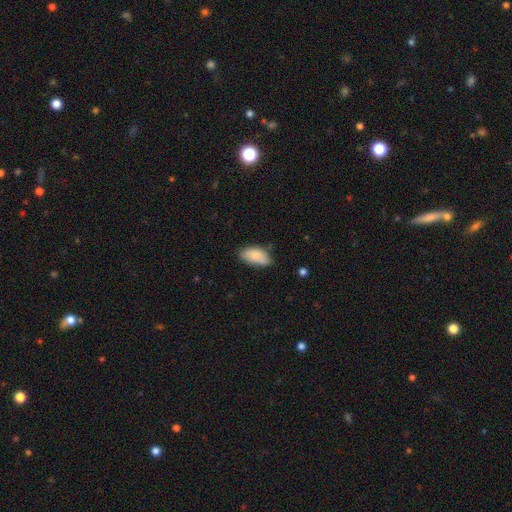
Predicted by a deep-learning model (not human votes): This is clearly a smooth galaxy (85%). How rounded: clearly in between (93%). Merging: likely none (63%).